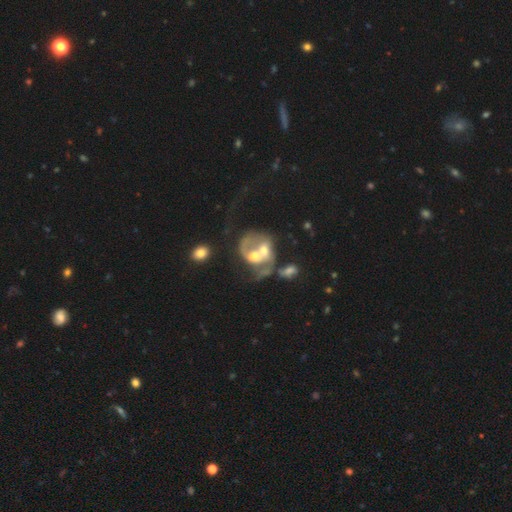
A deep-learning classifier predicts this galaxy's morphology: smooth_or_featured: featured or disk (p=0.66) [alt: smooth p=0.26]
disk_edge_on: no (p=0.97) [alt: yes p=0.03]
bar: no (p=0.76) [alt: weak p=0.19]
has_spiral_arms: no (p=0.50) [tied with: yes p=0.50]
bulge_size: moderate (p=0.61) [alt: small p=0.16]
merging: merger (p=0.69) [alt: major disturbance p=0.15]